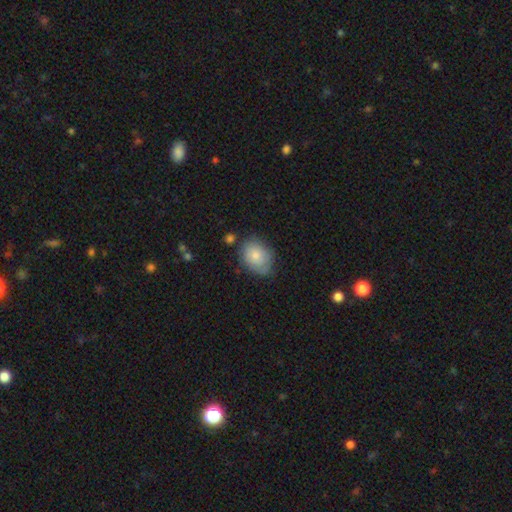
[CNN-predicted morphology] smooth-or-featured: smooth: 77% | featured or disk: 16% | star or artifact: 7%
  how-rounded: in between: 59% | round: 40% | cigar-shaped: 1%
  merging: none: 61% | minor disturbance: 28% | major disturbance: 7% | merger: 4%